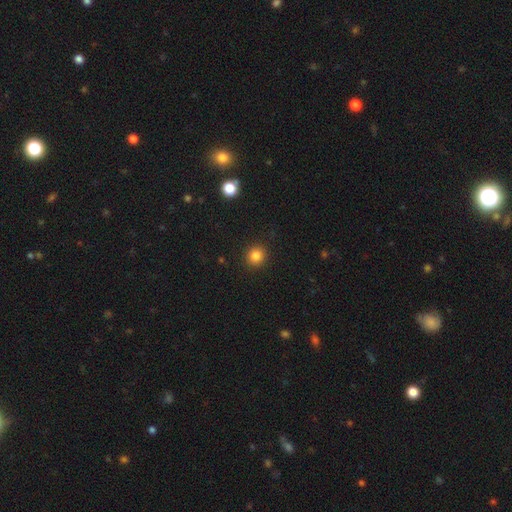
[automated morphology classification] Smooth or featured?
  - smooth: 84% *
  - star or artifact: 12%
  - featured or disk: 4%
How rounded?
  - round: 91% *
  - in between: 8%
  - cigar-shaped: 1%
Merging?
  - none: 92% *
  - minor disturbance: 5%
  - major disturbance: 2%
  - merger: 1%